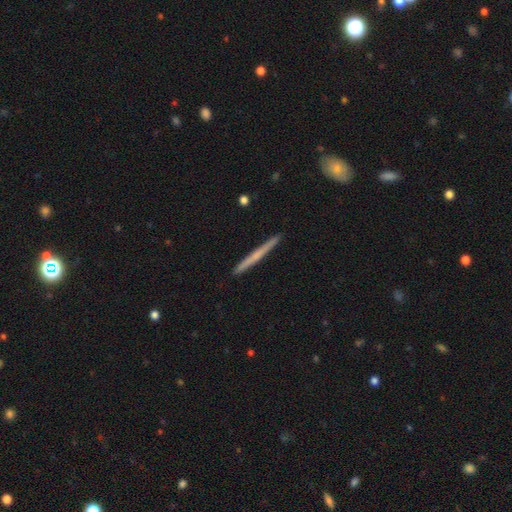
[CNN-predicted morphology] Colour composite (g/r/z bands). It shows a featured or disk galaxy (53%) viewed edge-on (98%) with no central bulge (72%). Merging: none (92%).